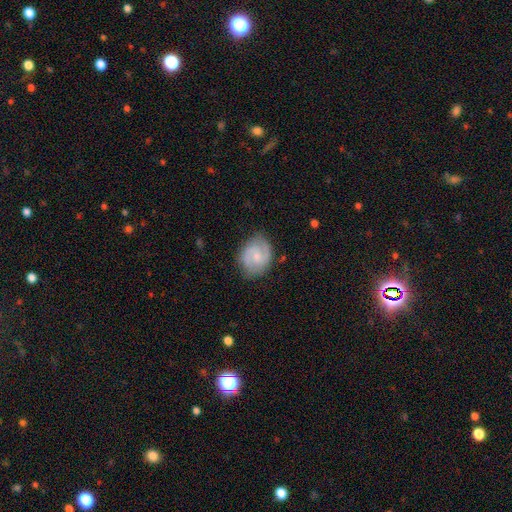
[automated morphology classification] type=featured or disk (74%); edge-on=no (98%); bar=weak (51%); spiral arms=yes (94%); winding=medium (52%); arm count=2 (88%); bulge=small (56%); merging=none (79%).